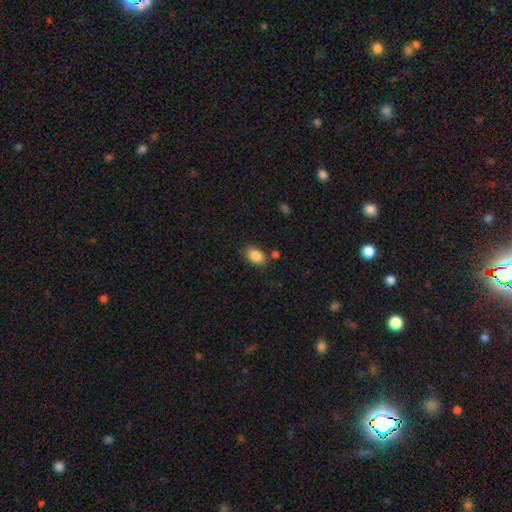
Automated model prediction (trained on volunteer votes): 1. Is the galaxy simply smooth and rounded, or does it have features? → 87% smooth, 8% star or artifact, 6% featured or disk.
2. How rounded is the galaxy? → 87% in between, 11% round, 1% cigar-shaped.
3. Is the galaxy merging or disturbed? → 78% none, 13% minor disturbance, 5% merger, 3% major disturbance.